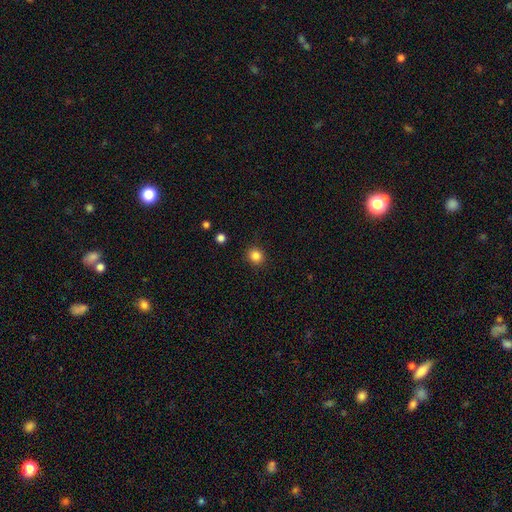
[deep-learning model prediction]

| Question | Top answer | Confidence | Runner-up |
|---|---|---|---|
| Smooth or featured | smooth | 84% | star or artifact (12%) |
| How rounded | round | 83% | in between (16%) |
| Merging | none | 89% | minor disturbance (7%) |